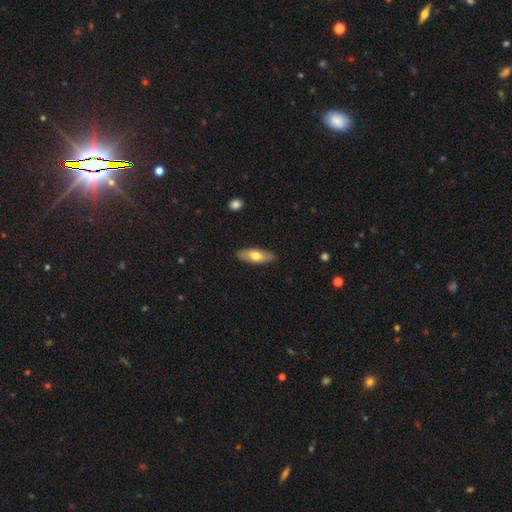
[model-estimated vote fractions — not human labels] smooth_or_featured: smooth (p=0.63) [alt: featured or disk p=0.31]
how_rounded: in between (p=0.66) [alt: cigar-shaped p=0.32]
merging: none (p=0.86) [alt: minor disturbance p=0.11]